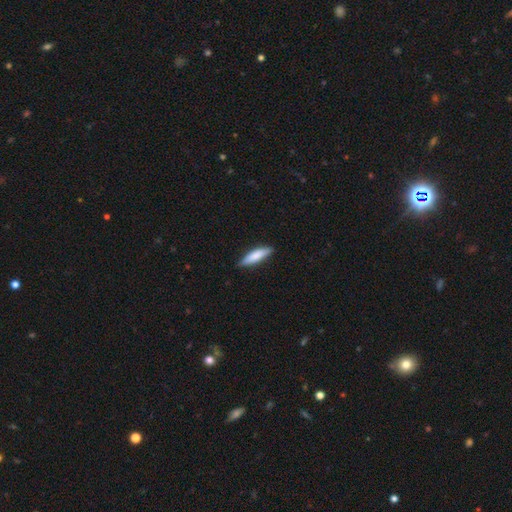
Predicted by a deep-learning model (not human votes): Smooth or featured? Predicted: smooth (p=0.79). How rounded? Predicted: cigar-shaped (p=0.69). Merging? Predicted: none (p=0.84).